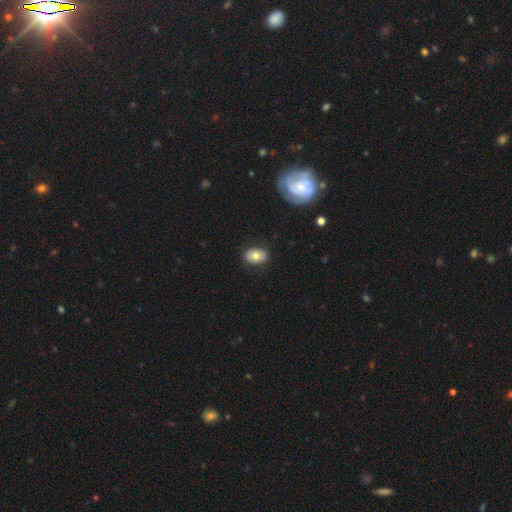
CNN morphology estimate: smooth-or-featured: smooth: 69% | featured or disk: 23% | star or artifact: 8%
  how-rounded: in between: 77% | round: 22% | cigar-shaped: 1%
  merging: none: 83% | minor disturbance: 12% | major disturbance: 3% | merger: 1%